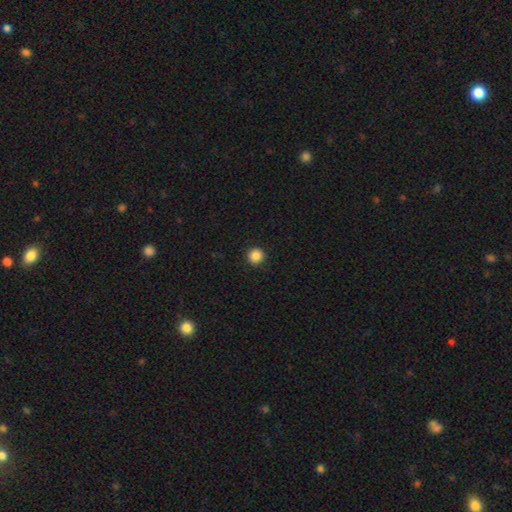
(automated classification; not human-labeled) The model was most divided on "smooth or featured": smooth: 87%, star or artifact: 10%, featured or disk: 3%. More confident: how rounded — round (95%); merging — none (92%).